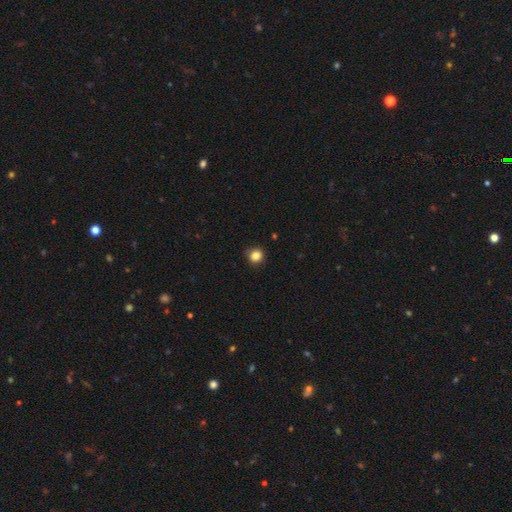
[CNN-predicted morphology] Q: Smooth or featured?
A: smooth (85%); runner-up: star or artifact (11%)
Q: How rounded?
A: round (89%); runner-up: in between (10%)
Q: Merging?
A: none (88%); runner-up: minor disturbance (9%)